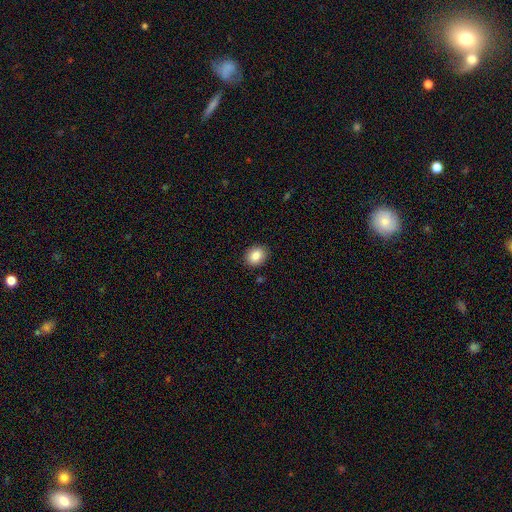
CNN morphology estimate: A smooth galaxy with no disk features (85%) that is in between round and cigar-shaped (52%).

Vote fractions:
- Smooth or featured? smooth: 85% / star or artifact: 9% / featured or disk: 6%
- How rounded? in between: 52% / round: 48% / cigar-shaped: 1%
- Merging? none: 89% / minor disturbance: 8% / major disturbance: 2% / merger: 1%